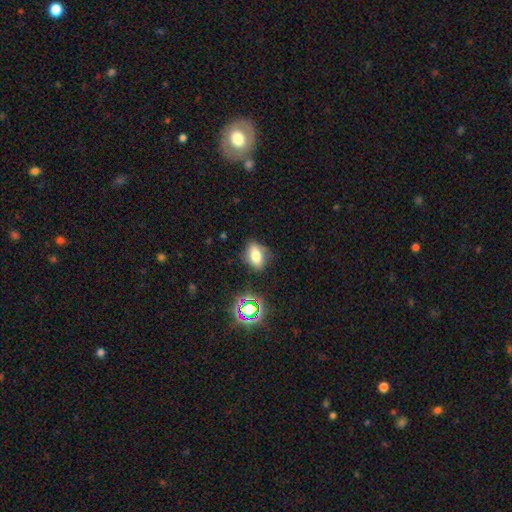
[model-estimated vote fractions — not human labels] smooth 67%, featured or disk 18%, star or artifact 16%. Down the decision tree: how rounded — in between (77%); merging — none (77%).